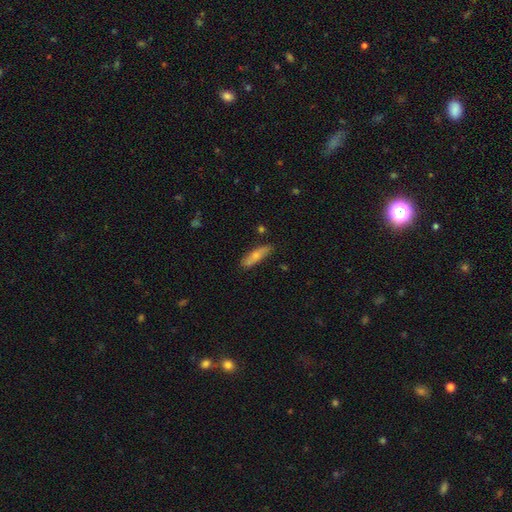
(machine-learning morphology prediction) smooth-or-featured: smooth: 69% | featured or disk: 25% | star or artifact: 6%
  how-rounded: cigar-shaped: 64% | in between: 34% | round: 2%
  merging: none: 81% | minor disturbance: 14% | major disturbance: 2% | merger: 2%